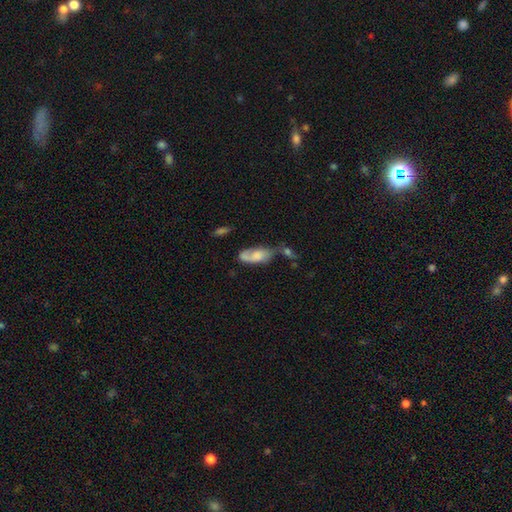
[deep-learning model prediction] Q: Smooth or featured?
A: smooth (57%); runner-up: featured or disk (35%)
Q: How rounded?
A: in between (84%); runner-up: cigar-shaped (12%)
Q: Merging?
A: none (30%); runner-up: merger (28%)